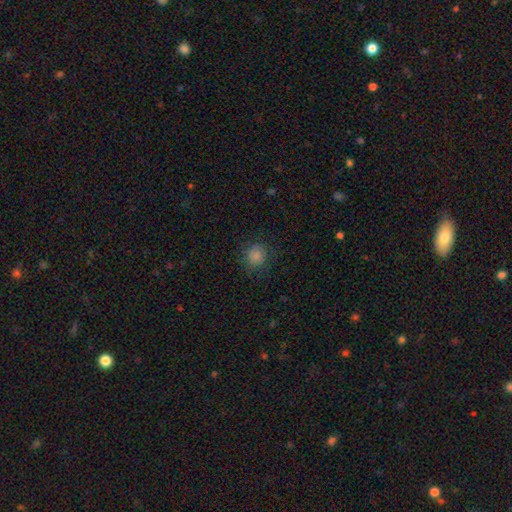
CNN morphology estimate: This appears to be a smooth galaxy with no disk features (84%) that is round (85%). Merging: none (80%).